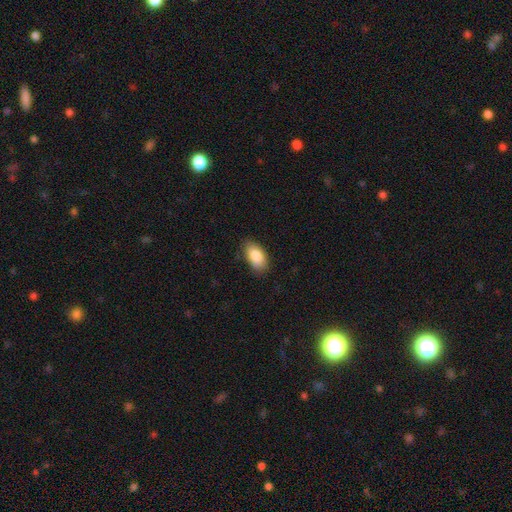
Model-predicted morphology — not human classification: Smooth or featured? Predicted: smooth (p=0.86). How rounded? Predicted: in between (p=0.94). Merging? Predicted: none (p=0.82).